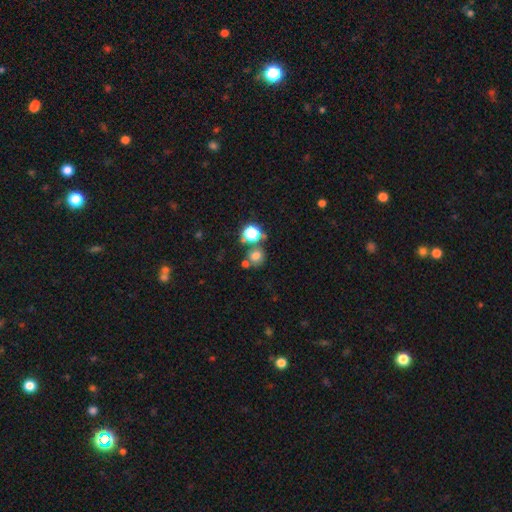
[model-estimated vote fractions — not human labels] Morphology: type=smooth (69%); roundness=round (84%); merging=none (62%).